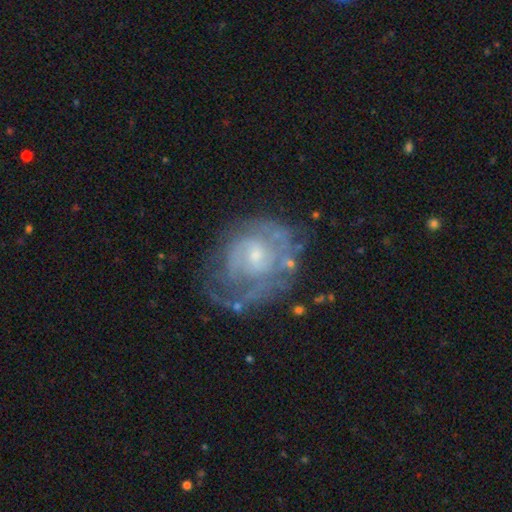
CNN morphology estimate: Smooth or featured: featured or disk — 77% (smooth — 16%)
Edge-on disk: no — 98% (yes — 2%)
Bar: no — 59% (weak — 36%)
Spiral arms: yes — 77% (no — 23%)
Spiral winding: tight — 53% (medium — 34%)
Spiral arm count: can't tell — 45% (2 — 27%)
Bulge size: small — 59% (moderate — 33%)
Merging: none — 51% (minor disturbance — 24%)